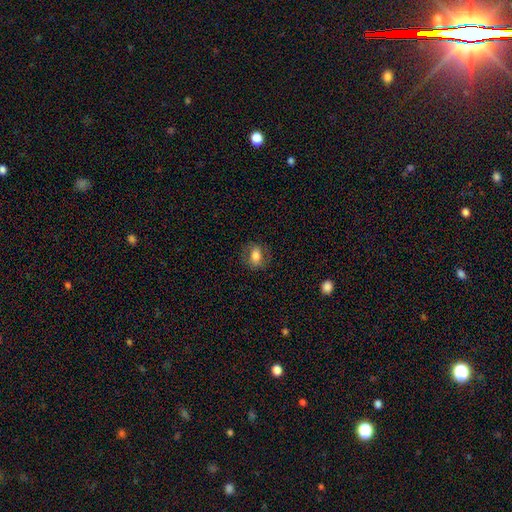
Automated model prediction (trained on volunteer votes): Smooth or featured?
  - smooth: 67% *
  - featured or disk: 24%
  - star or artifact: 9%
How rounded?
  - in between: 70% *
  - round: 27%
  - cigar-shaped: 3%
Merging?
  - none: 78% *
  - minor disturbance: 14%
  - major disturbance: 7%
  - merger: 1%